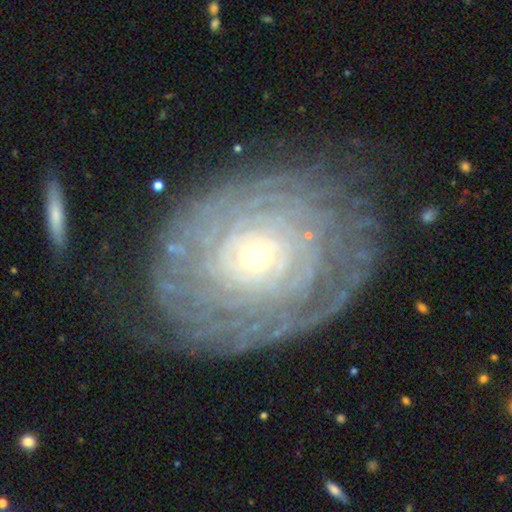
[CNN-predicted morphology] The model was most divided on "spiral arm count": can't tell: 47%, more than 4: 18%, 4: 11%, 2: 9%, 3: 8%, 1: 6%. More confident: edge-on disk — no (96%); spiral arms — yes (90%); spiral winding — tight (85%); smooth or featured — featured or disk (82%); bar — no (80%); bulge size — small (74%); merging — none (73%).